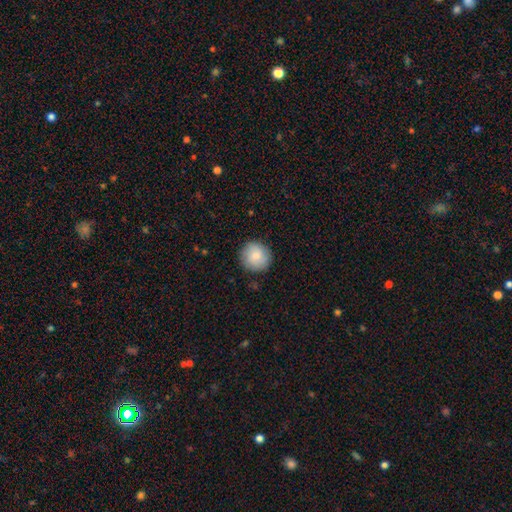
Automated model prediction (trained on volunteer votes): A smooth galaxy with no disk features (83%) that is round (93%). Merging: none (89%).